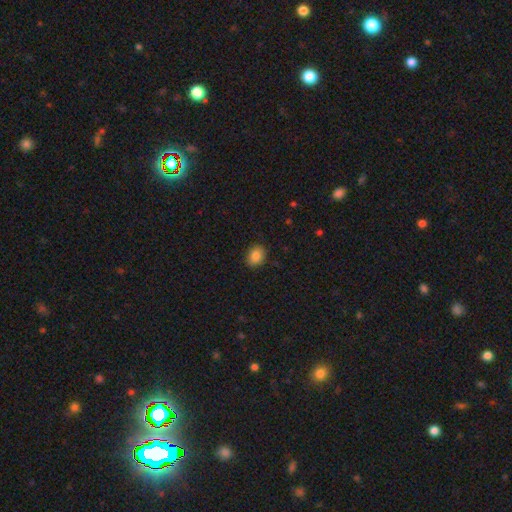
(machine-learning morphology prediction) This appears to be a smooth galaxy with no disk features (85%) that is round (50%). Merging: none (87%).